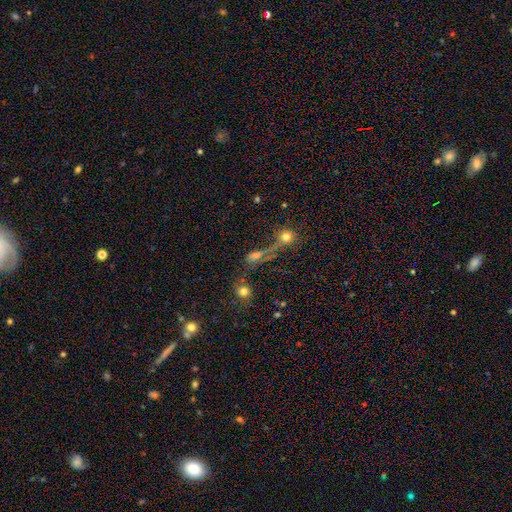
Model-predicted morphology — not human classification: Q: Smooth or featured?
A: smooth (48%); runner-up: star or artifact (27%)
Q: Merging?
A: none (41%); runner-up: merger (27%)